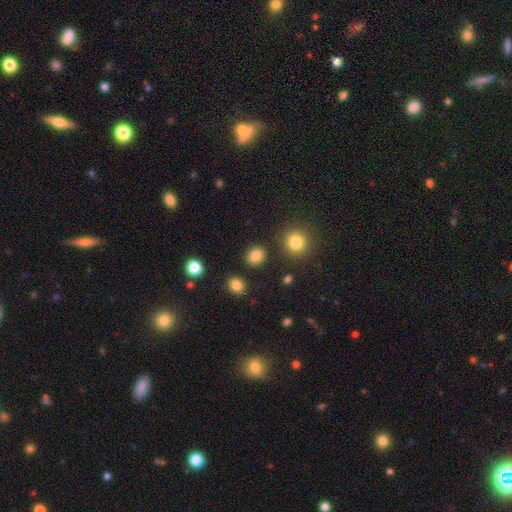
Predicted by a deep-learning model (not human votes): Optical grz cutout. It shows a smooth galaxy with no disk features (85%) that is round (78%). Merging: none (88%).